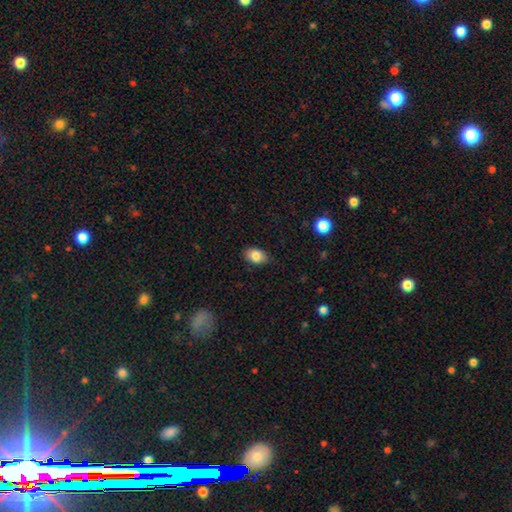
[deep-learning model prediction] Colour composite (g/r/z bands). It shows a smooth galaxy with no disk features (84%) that is in between round and cigar-shaped (86%). Merging: none (80%).